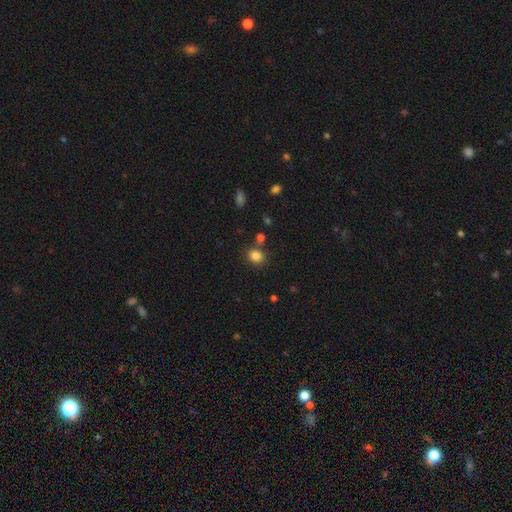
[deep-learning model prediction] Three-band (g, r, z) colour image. It shows a smooth galaxy with no disk features (83%) that is round (68%). Merging: none (75%).